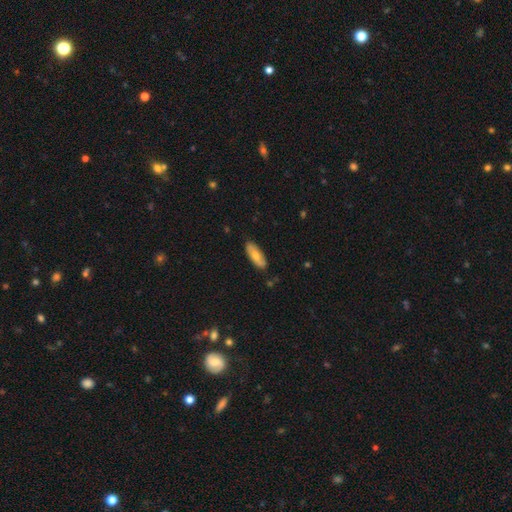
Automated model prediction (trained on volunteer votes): This is likely a smooth galaxy (64%). How rounded: likely in between (74%). Merging: clearly none (84%).